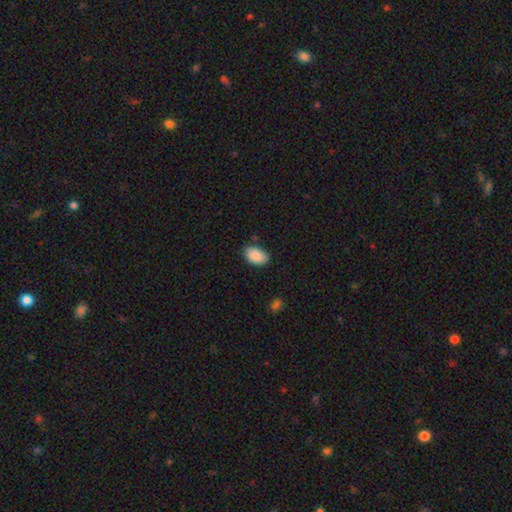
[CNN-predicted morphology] This appears to be a smooth galaxy with no disk features (89%) that is in between round and cigar-shaped (91%). Merging: none (78%).